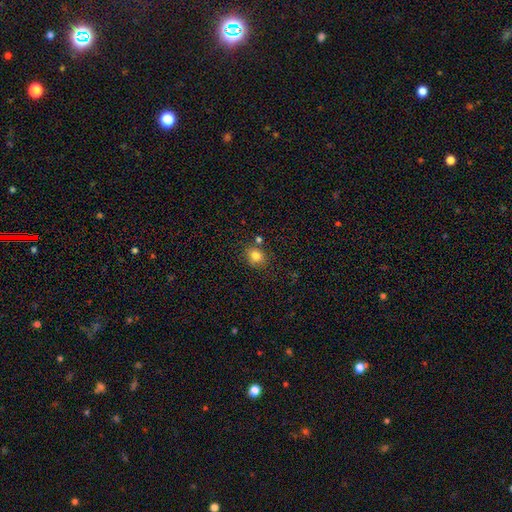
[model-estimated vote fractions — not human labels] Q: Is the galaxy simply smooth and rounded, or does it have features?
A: smooth — 81%.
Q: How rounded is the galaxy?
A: round — 60%.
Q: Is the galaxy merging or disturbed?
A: none — 74%.